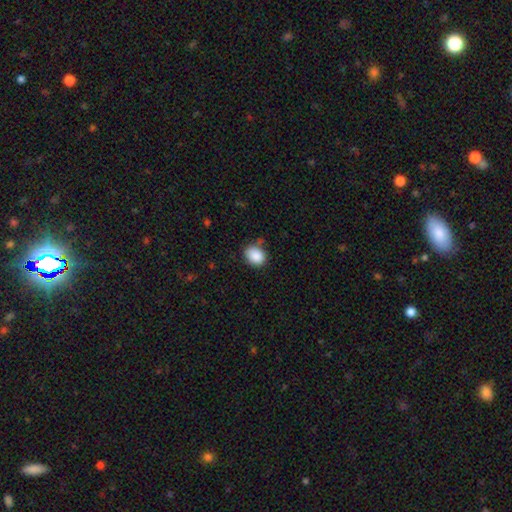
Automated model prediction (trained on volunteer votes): A smooth galaxy with no disk features (88%) that is in between round and cigar-shaped (54%). Merging: none (76%).